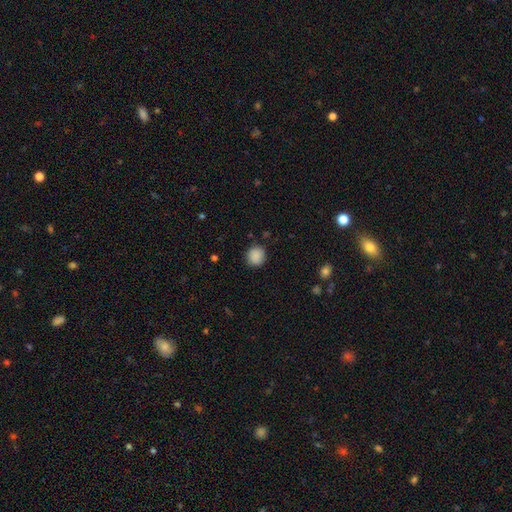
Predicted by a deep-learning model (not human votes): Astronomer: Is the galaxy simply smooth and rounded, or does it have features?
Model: smooth — 88%.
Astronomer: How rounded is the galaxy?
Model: round — 88%.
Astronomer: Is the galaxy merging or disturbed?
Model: none — 86%.